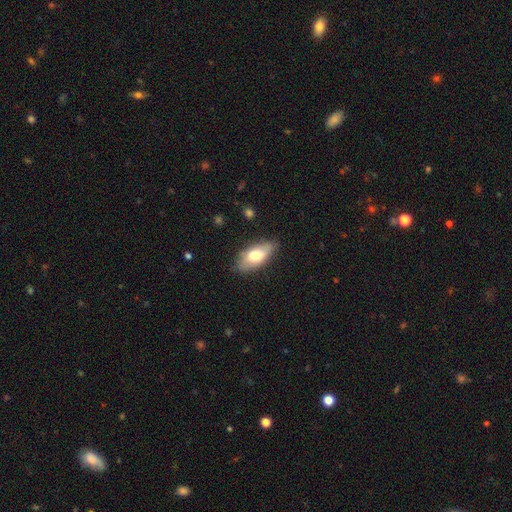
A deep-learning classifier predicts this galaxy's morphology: smooth_or_featured: smooth (p=0.66) [alt: featured or disk p=0.28]
how_rounded: in between (p=0.85) [alt: cigar-shaped p=0.13]
merging: none (p=0.74) [alt: minor disturbance p=0.20]